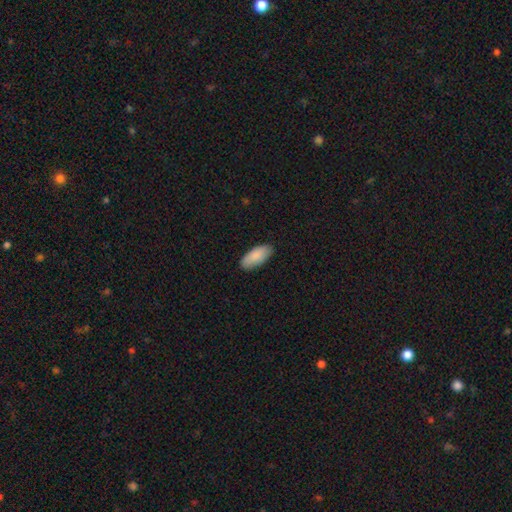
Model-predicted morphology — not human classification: smooth 89%, star or artifact 6%, featured or disk 5%. Down the decision tree: how rounded — in between (89%); merging — none (86%).